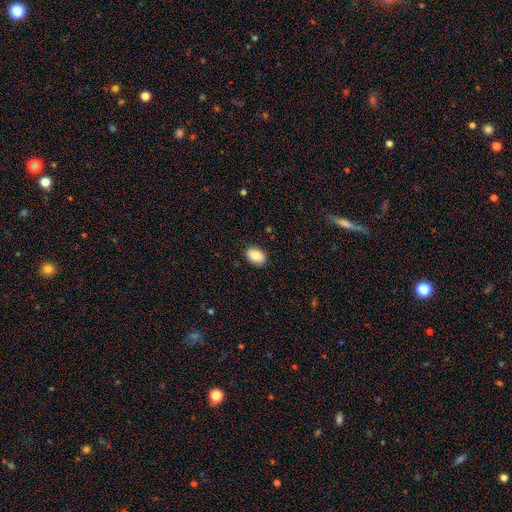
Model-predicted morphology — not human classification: A smooth galaxy with no disk features (88%) that is in between round and cigar-shaped (83%). Merging: none (89%).